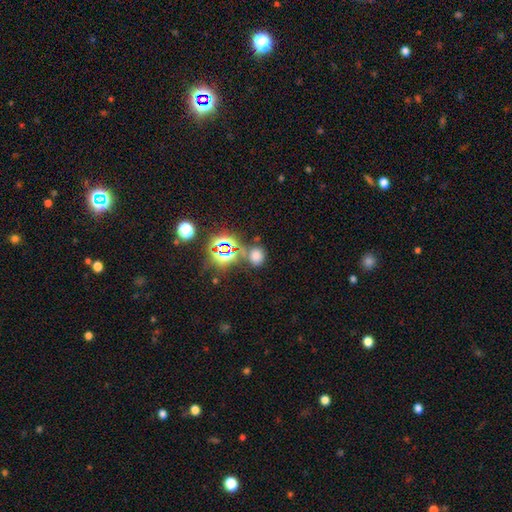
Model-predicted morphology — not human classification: Smooth or featured? smooth (59%)
How rounded? round (60%)
Merging? none (69%)